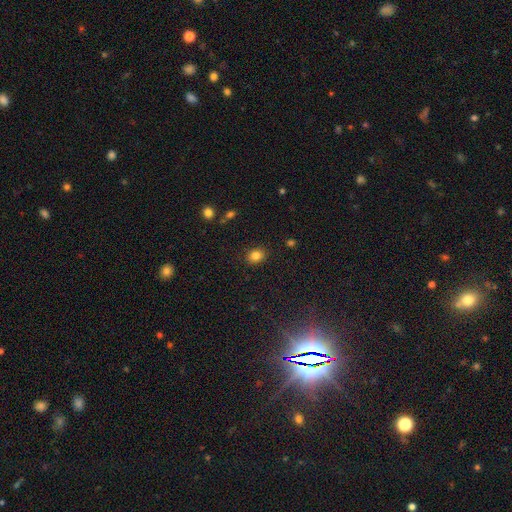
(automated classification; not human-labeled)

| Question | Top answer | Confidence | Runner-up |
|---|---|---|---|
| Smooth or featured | smooth | 84% | star or artifact (11%) |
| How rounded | round | 58% | in between (41%) |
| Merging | none | 88% | minor disturbance (8%) |